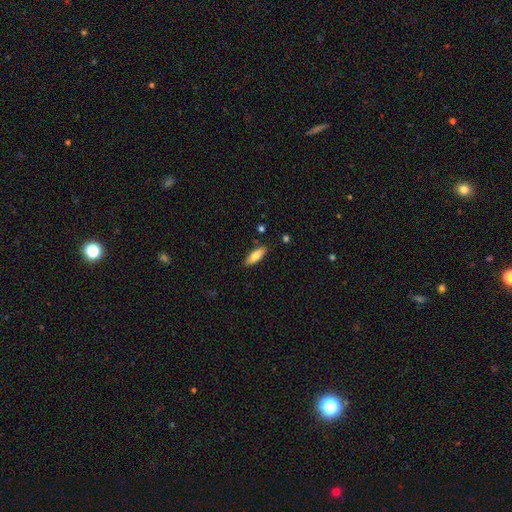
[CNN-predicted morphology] Overall: smooth (78%). How rounded: in between (62%; cigar-shaped 36%). Merging: none (85%).